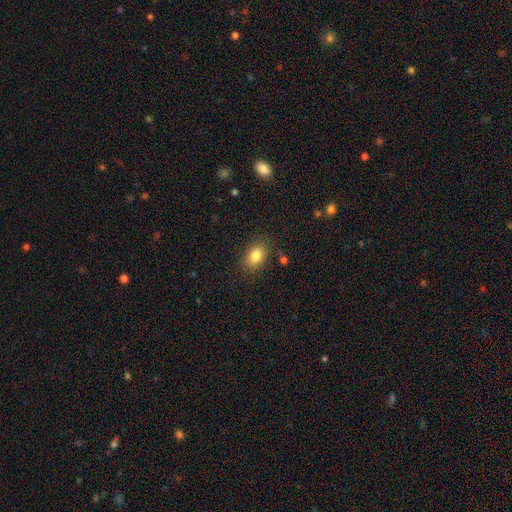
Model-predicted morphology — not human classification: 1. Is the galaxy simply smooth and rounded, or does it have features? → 83% smooth, 9% star or artifact, 8% featured or disk.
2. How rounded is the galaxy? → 78% in between, 20% round, 1% cigar-shaped.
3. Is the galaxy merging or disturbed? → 84% none, 11% minor disturbance, 3% major disturbance, 2% merger.